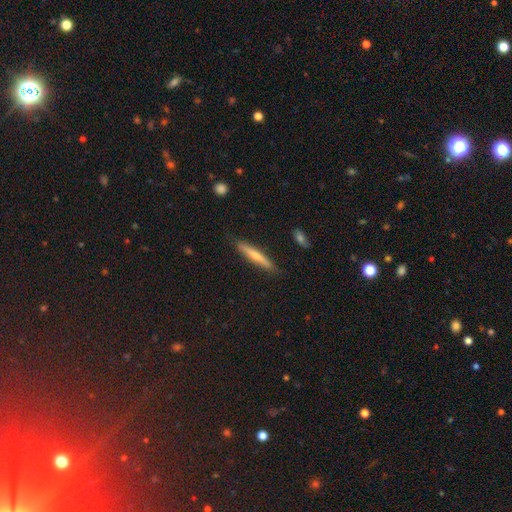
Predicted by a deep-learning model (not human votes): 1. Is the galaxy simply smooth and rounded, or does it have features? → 52% smooth, 43% featured or disk, 6% star or artifact.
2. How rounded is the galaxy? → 92% cigar-shaped, 7% in between, 2% round.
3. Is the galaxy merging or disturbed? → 86% none, 11% minor disturbance, 2% major disturbance, 2% merger.